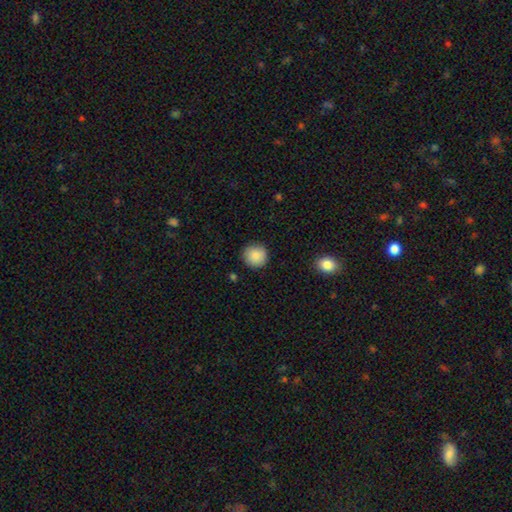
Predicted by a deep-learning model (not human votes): A smooth galaxy with no disk features (88%) that is round (94%).

Vote fractions:
- Smooth or featured? smooth: 88% / star or artifact: 8% / featured or disk: 4%
- How rounded? round: 94% / in between: 5% / cigar-shaped: 1%
- Merging? none: 90% / minor disturbance: 7% / major disturbance: 2% / merger: 1%